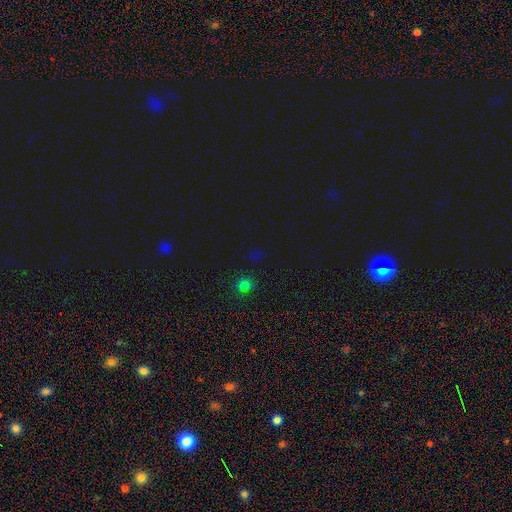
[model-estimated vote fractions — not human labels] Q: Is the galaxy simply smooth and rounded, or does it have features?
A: star or artifact — 54%.